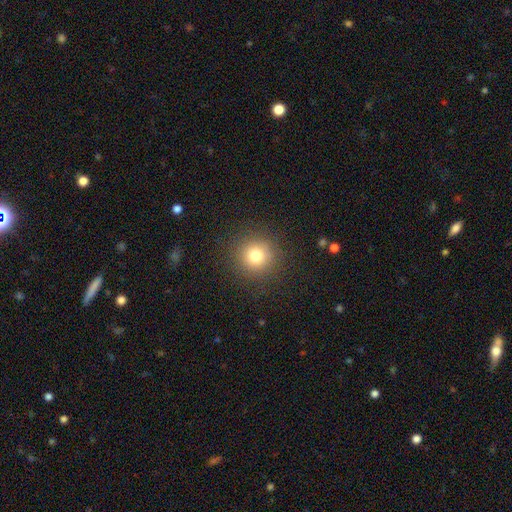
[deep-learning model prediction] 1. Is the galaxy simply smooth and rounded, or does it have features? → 77% smooth, 14% star or artifact, 9% featured or disk.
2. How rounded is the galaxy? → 94% round, 5% in between, 1% cigar-shaped.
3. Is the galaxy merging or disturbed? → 89% none, 6% minor disturbance, 3% major disturbance, 1% merger.